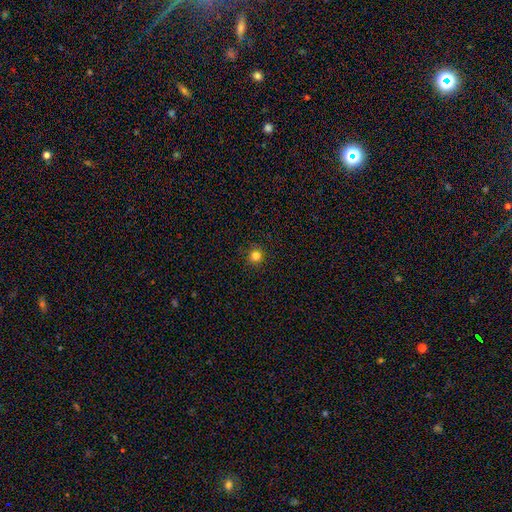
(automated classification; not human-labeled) Smooth or featured?
  - smooth: 82% *
  - star or artifact: 14%
  - featured or disk: 4%
How rounded?
  - round: 95% *
  - in between: 4%
  - cigar-shaped: 1%
Merging?
  - none: 92% *
  - minor disturbance: 6%
  - major disturbance: 2%
  - merger: 1%